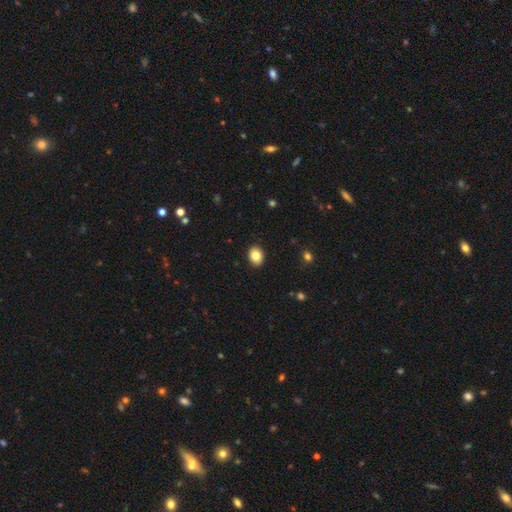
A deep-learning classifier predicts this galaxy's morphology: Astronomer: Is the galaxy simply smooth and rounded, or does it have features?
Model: smooth — 84%.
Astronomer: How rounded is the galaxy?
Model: in between — 64%.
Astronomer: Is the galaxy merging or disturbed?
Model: none — 90%.